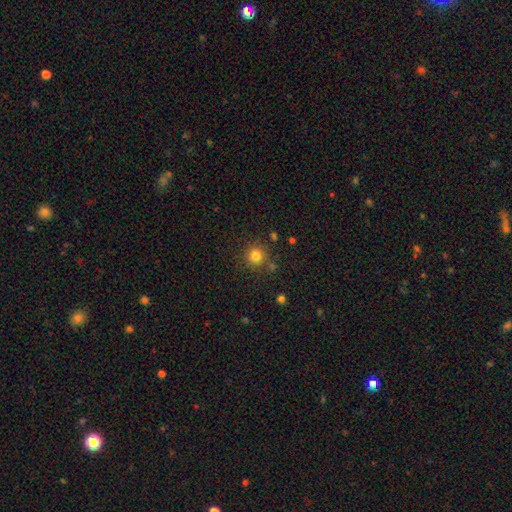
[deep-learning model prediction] This appears to be a smooth galaxy with no disk features (81%) that is round (93%). Merging: none (82%).